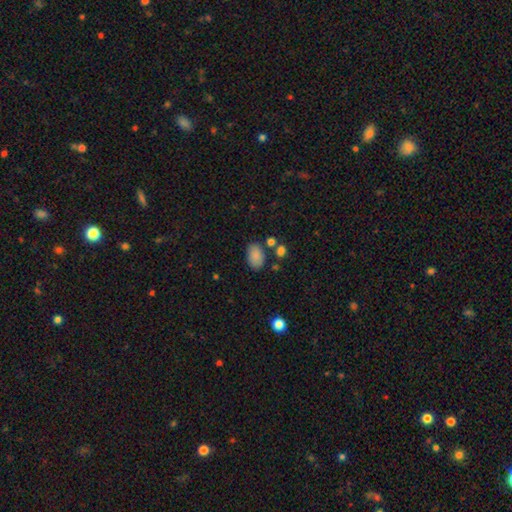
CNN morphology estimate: A smooth galaxy with no disk features (86%) that is in between round and cigar-shaped (89%).

Vote fractions:
- Smooth or featured? smooth: 86% / star or artifact: 9% / featured or disk: 5%
- How rounded? in between: 89% / round: 10% / cigar-shaped: 1%
- Merging? none: 76% / minor disturbance: 14% / merger: 7% / major disturbance: 4%